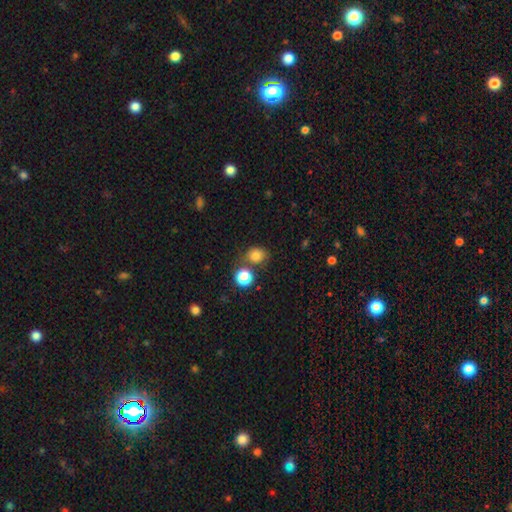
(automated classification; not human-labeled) Smooth or featured? smooth (80%)
How rounded? round (69%)
Merging? none (65%)